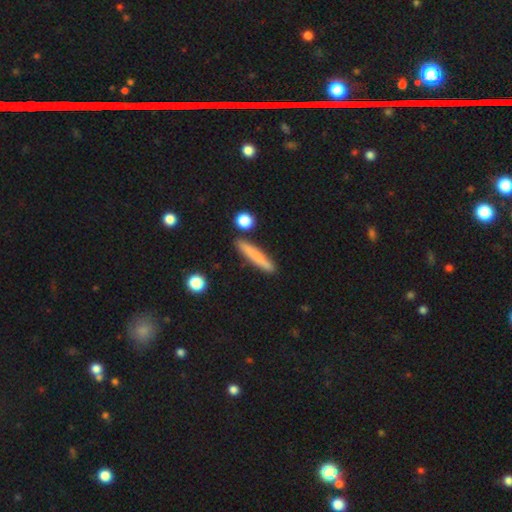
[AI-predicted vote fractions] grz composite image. It shows a smooth galaxy with no disk features (73%) that is cigar-shaped (93%). Merging: none (86%).